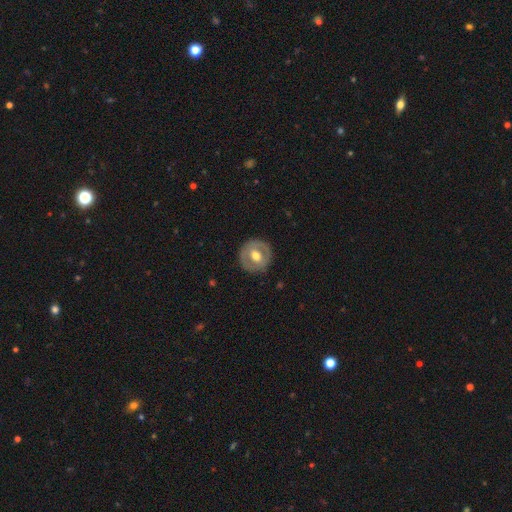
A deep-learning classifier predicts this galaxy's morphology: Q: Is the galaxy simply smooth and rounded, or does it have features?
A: featured or disk — 51%.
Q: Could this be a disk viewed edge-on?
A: no — 95%.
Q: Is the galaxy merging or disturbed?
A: none — 87%.